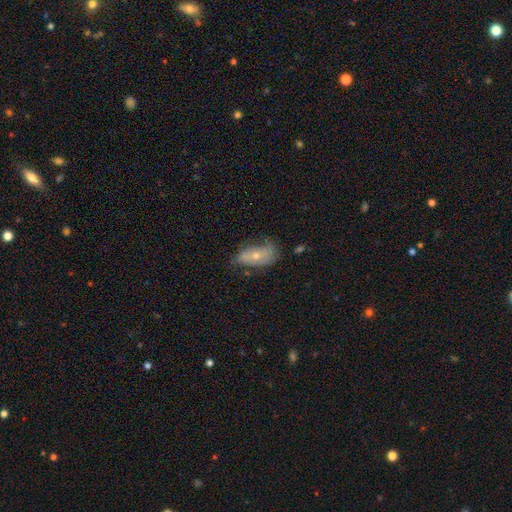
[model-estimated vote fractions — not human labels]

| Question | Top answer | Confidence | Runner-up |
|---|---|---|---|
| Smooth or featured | smooth | 47% | featured or disk (44%) |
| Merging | none | 47% | minor disturbance (36%) |